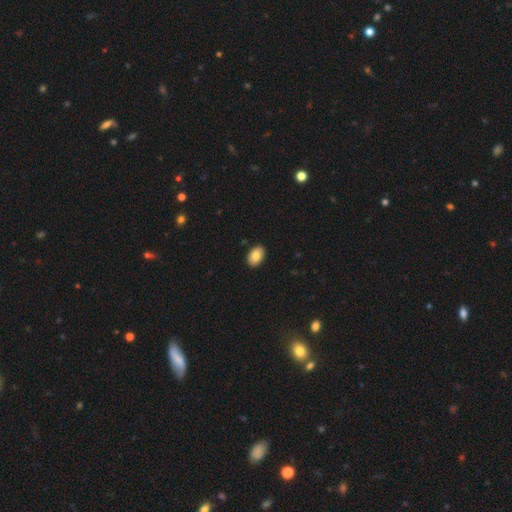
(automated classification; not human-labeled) This appears to be a smooth galaxy with no disk features (85%) that is in between round and cigar-shaped (88%). Merging: none (90%).